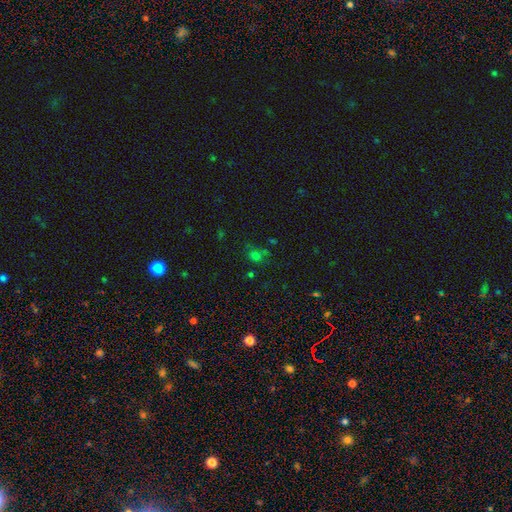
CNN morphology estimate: The model was most divided on "smooth or featured": smooth: 60%, star or artifact: 32%, featured or disk: 9%. More confident: how rounded — round (70%); merging — none (59%).